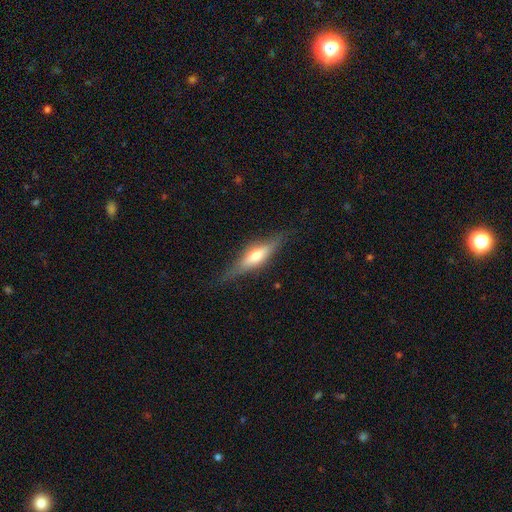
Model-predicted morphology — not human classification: Smooth or featured?
  - featured or disk: 56% *
  - smooth: 37%
  - star or artifact: 7%
Edge-on disk?
  - yes: 91% *
  - no: 9%
Edge-on bulge?
  - rounded: 84% *
  - boxy: 10%
  - none: 5%
Merging?
  - none: 79% *
  - minor disturbance: 15%
  - major disturbance: 5%
  - merger: 1%